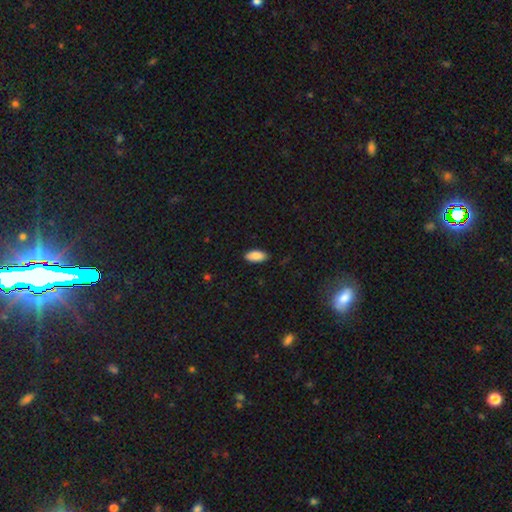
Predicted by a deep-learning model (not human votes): smooth 89%, star or artifact 7%, featured or disk 4%. Down the decision tree: how rounded — in between (91%); merging — none (86%).